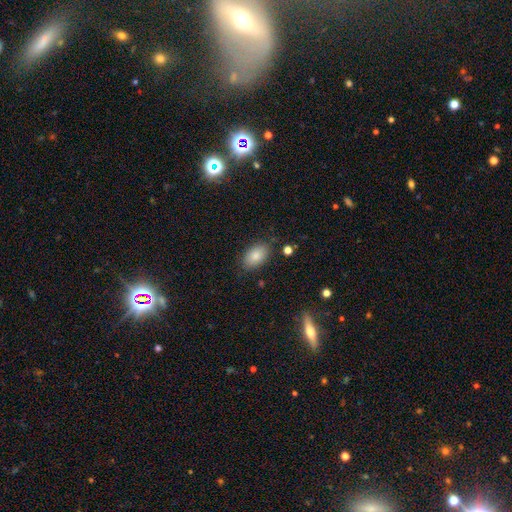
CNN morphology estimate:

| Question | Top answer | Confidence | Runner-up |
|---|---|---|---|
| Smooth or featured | smooth | 84% | featured or disk (8%) |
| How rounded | in between | 91% | round (8%) |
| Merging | none | 81% | minor disturbance (13%) |